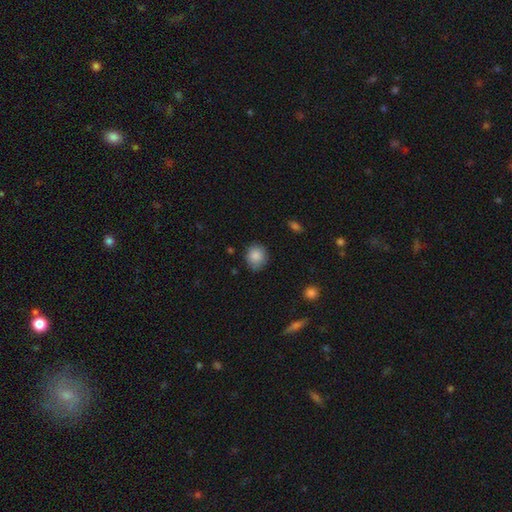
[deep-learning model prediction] This appears to be a smooth galaxy with no disk features (86%) that is round (79%). Merging: none (77%).